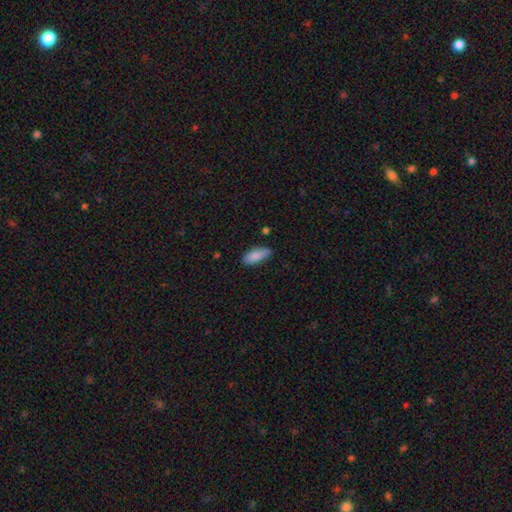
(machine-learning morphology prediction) Smooth or featured? Predicted: smooth (p=0.86). How rounded? Predicted: in between (p=0.82). Merging? Predicted: none (p=0.70).